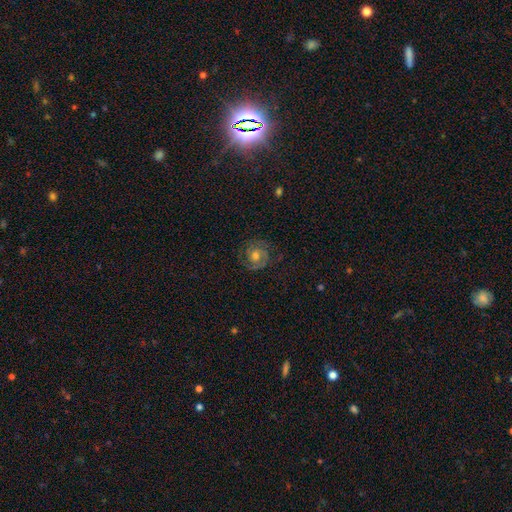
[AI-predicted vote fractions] This is likely a featured or disk galaxy (76%). It is clearly not viewed edge-on (98%). Bar: likely no (71%). Spiral arm pattern: clearly yes (93%). Spiral arm count: likely 2 (74%). Spiral winding: possibly tight (56%). Central bulge: likely moderate (69%). Merging: likely none (78%).